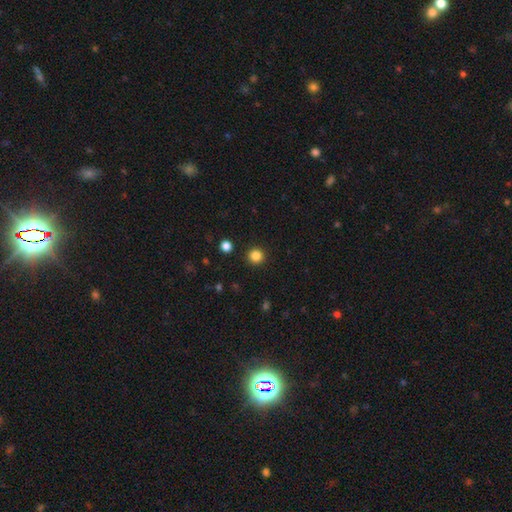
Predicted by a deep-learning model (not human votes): Smooth or featured?
  - smooth: 85% *
  - star or artifact: 12%
  - featured or disk: 3%
How rounded?
  - round: 95% *
  - in between: 4%
  - cigar-shaped: 1%
Merging?
  - none: 93% *
  - minor disturbance: 4%
  - major disturbance: 2%
  - merger: 1%